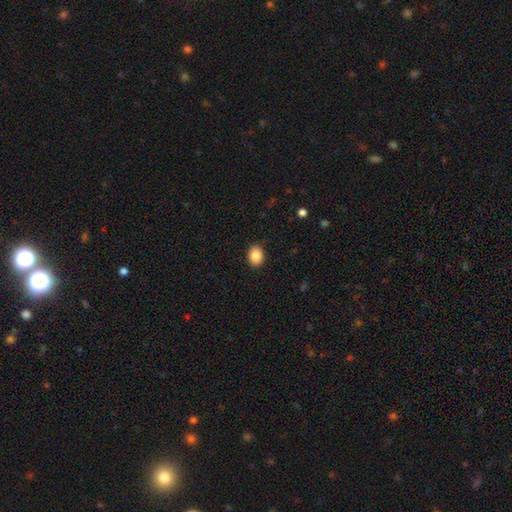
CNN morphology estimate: smooth-or-featured: smooth: 86% | star or artifact: 8% | featured or disk: 6%
  how-rounded: in between: 62% | round: 38% | cigar-shaped: 1%
  merging: none: 90% | minor disturbance: 7% | major disturbance: 2% | merger: 1%